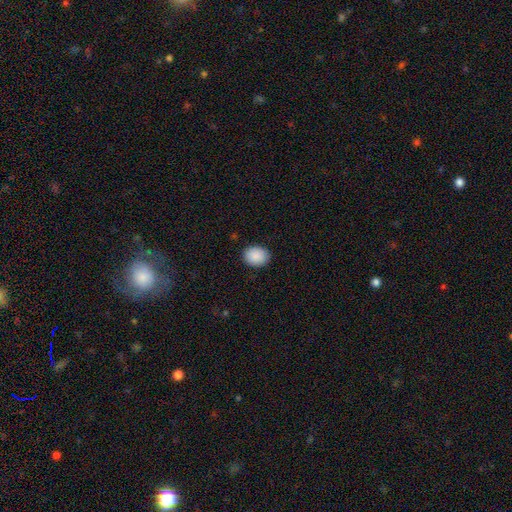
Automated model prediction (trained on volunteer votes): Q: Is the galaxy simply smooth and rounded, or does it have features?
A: smooth — 90%.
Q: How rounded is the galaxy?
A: in between — 50%.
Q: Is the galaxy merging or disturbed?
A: none — 88%.